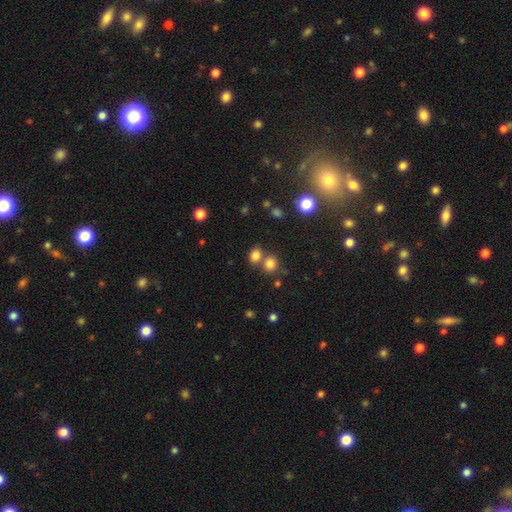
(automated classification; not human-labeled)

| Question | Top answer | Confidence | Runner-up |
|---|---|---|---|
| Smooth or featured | smooth | 79% | star or artifact (14%) |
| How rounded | round | 60% | in between (39%) |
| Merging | none | 56% | merger (31%) |